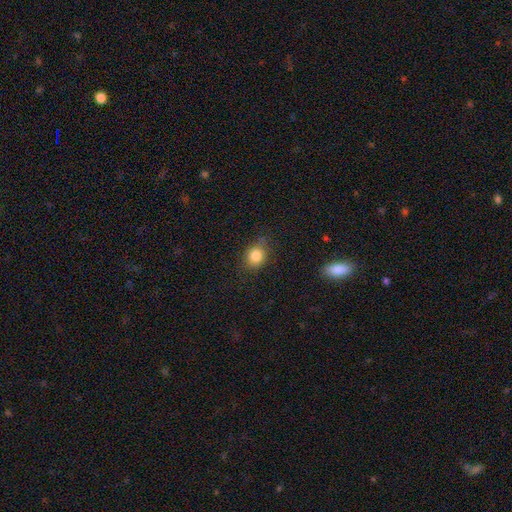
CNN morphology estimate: A smooth galaxy with no disk features (83%) that is round (62%).

Vote fractions:
- Smooth or featured? smooth: 83% / star or artifact: 10% / featured or disk: 6%
- How rounded? round: 62% / in between: 37% / cigar-shaped: 1%
- Merging? none: 74% / minor disturbance: 19% / major disturbance: 5% / merger: 2%